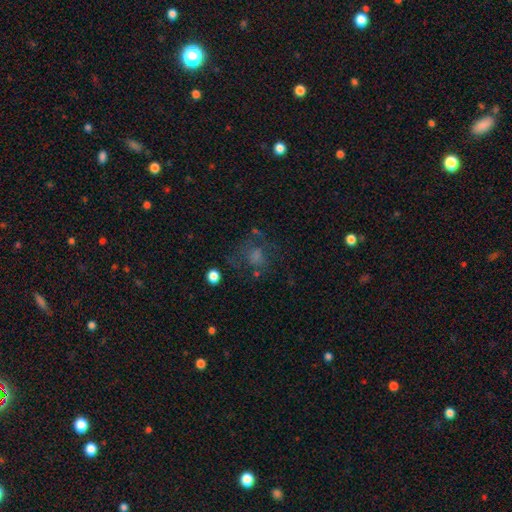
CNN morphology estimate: This is marginally a smooth galaxy (37%). Merging: likely none (61%).